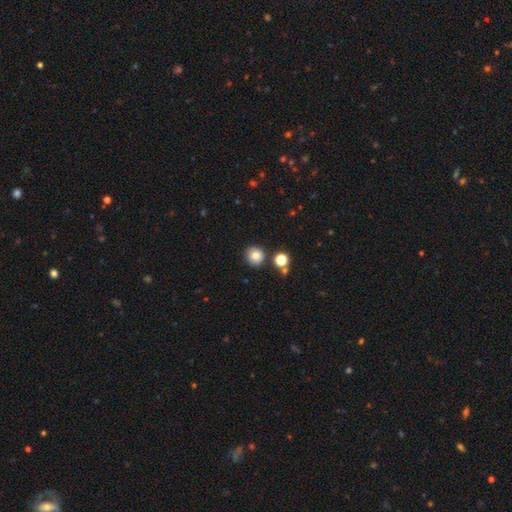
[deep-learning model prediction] Q: Smooth or featured?
A: smooth (82%); runner-up: star or artifact (11%)
Q: How rounded?
A: round (92%); runner-up: in between (7%)
Q: Merging?
A: none (83%); runner-up: minor disturbance (8%)